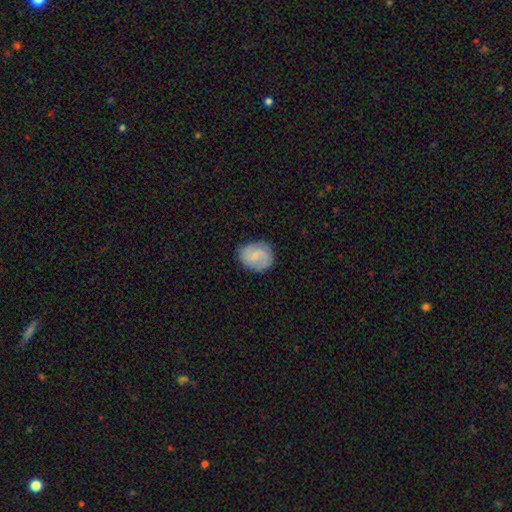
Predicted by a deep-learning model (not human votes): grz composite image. It shows a smooth galaxy with no disk features (54%) that is round (63%). Merging: none (79%).